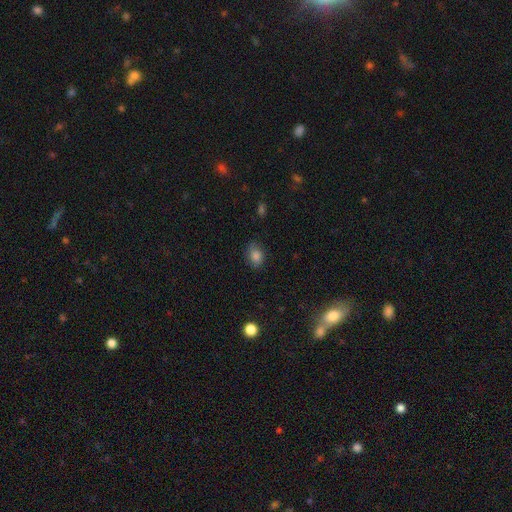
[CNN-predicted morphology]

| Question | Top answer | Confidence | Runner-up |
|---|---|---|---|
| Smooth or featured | smooth | 83% | star or artifact (11%) |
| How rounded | in between | 64% | round (35%) |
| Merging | none | 75% | minor disturbance (20%) |